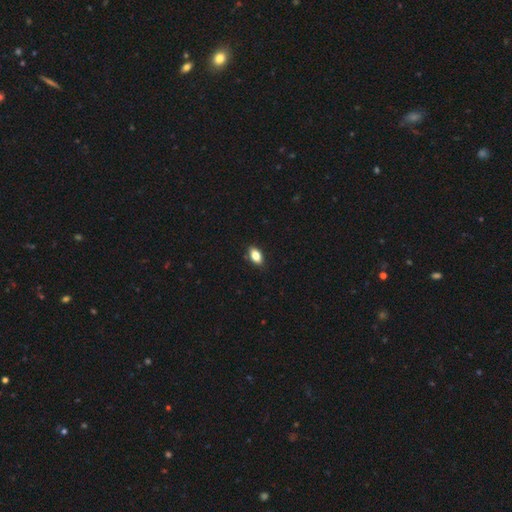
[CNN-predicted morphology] smooth_or_featured: smooth (p=0.81) [alt: featured or disk p=0.11]
how_rounded: in between (p=0.88) [alt: round p=0.07]
merging: none (p=0.86) [alt: minor disturbance p=0.11]